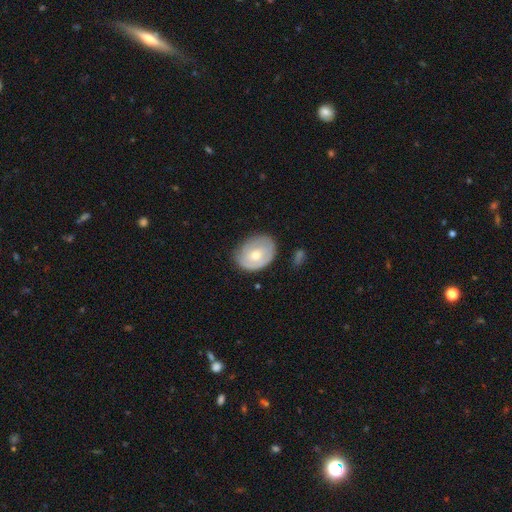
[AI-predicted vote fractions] Smooth or featured: smooth — 51% (featured or disk — 43%)
How rounded: in between — 61% (round — 39%)
Merging: none — 67% (minor disturbance — 24%)